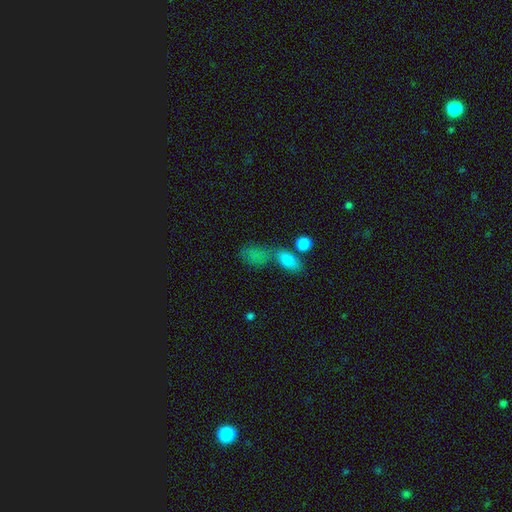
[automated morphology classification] A smooth galaxy with no disk features (75%) that is in between round and cigar-shaped (72%).

Vote fractions:
- Smooth or featured? smooth: 75% / star or artifact: 14% / featured or disk: 12%
- How rounded? in between: 72% / round: 20% / cigar-shaped: 8%
- Merging? merger: 34% / none: 32% / major disturbance: 18% / minor disturbance: 15%